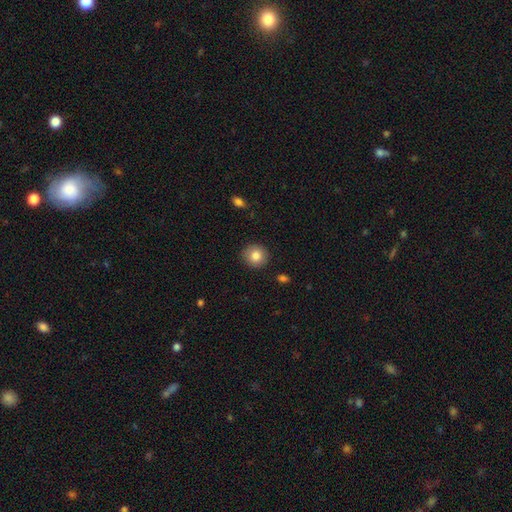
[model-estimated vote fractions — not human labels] The model was most divided on "smooth or featured": smooth: 83%, featured or disk: 9%, star or artifact: 9%. More confident: merging — none (90%); how rounded — round (89%).